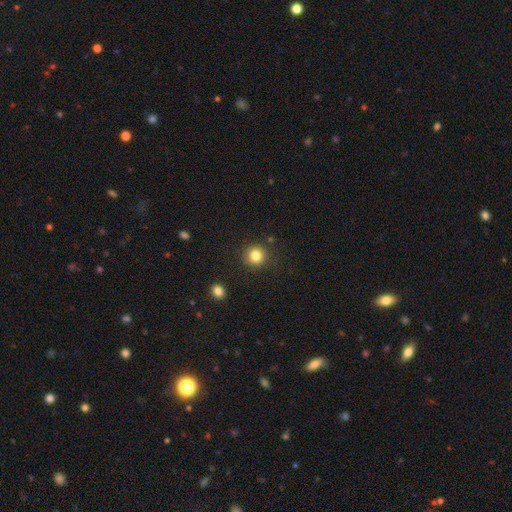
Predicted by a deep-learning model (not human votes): Q: Smooth or featured?
A: smooth (82%); runner-up: star or artifact (12%)
Q: How rounded?
A: round (93%); runner-up: in between (7%)
Q: Merging?
A: none (89%); runner-up: minor disturbance (7%)